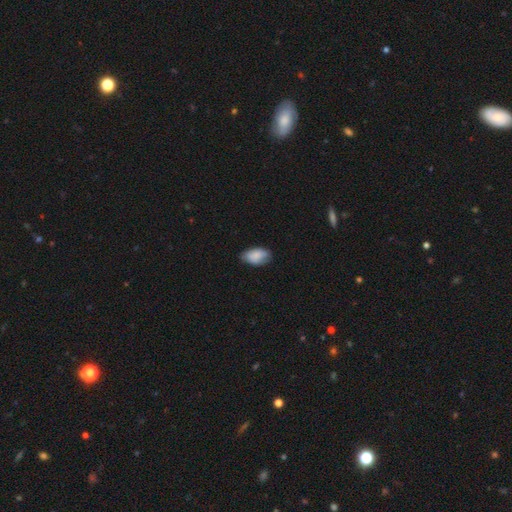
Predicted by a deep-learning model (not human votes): smooth-or-featured: smooth: 83% | featured or disk: 10% | star or artifact: 7%
  how-rounded: in between: 93% | round: 6% | cigar-shaped: 2%
  merging: none: 69% | minor disturbance: 26% | major disturbance: 4% | merger: 1%